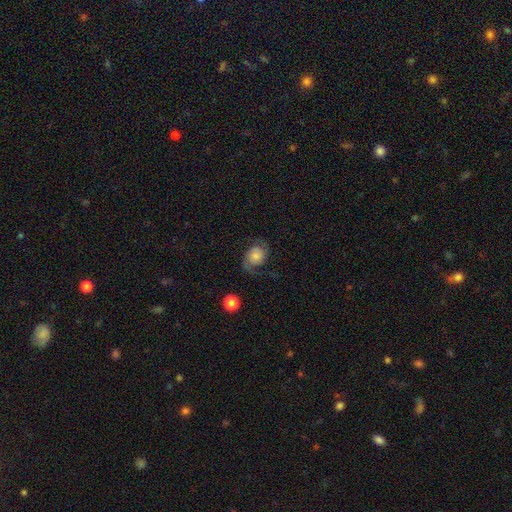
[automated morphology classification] This is likely a featured or disk galaxy (71%). It is clearly not viewed edge-on (98%). Bar: likely no (74%). Spiral arm pattern: clearly yes (95%). Spiral arm count: clearly 2 (86%). Spiral winding: marginally medium (44%). Central bulge: marginally moderate (34%). Merging: likely none (66%).